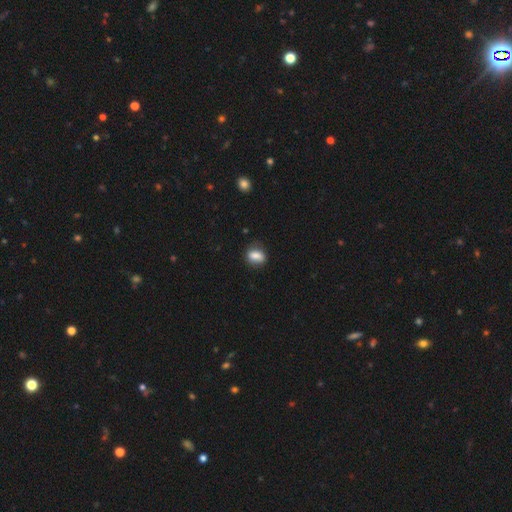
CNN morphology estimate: A smooth galaxy with no disk features (80%) that is in between round and cigar-shaped (70%).

Vote fractions:
- Smooth or featured? smooth: 80% / featured or disk: 11% / star or artifact: 9%
- How rounded? in between: 70% / round: 26% / cigar-shaped: 4%
- Merging? none: 72% / minor disturbance: 21% / major disturbance: 5% / merger: 2%